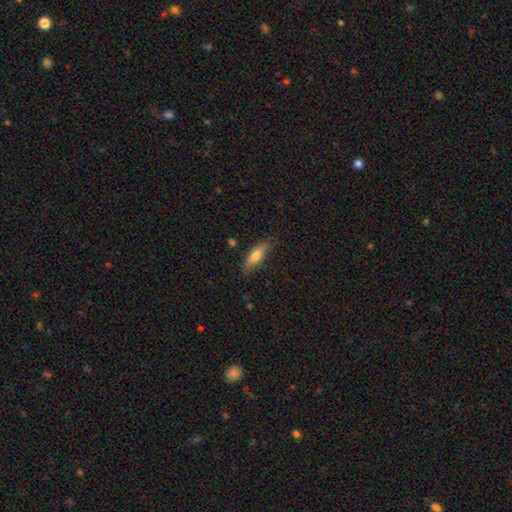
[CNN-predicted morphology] Smooth or featured? smooth (71%)
How rounded? cigar-shaped (57%)
Merging? none (81%)